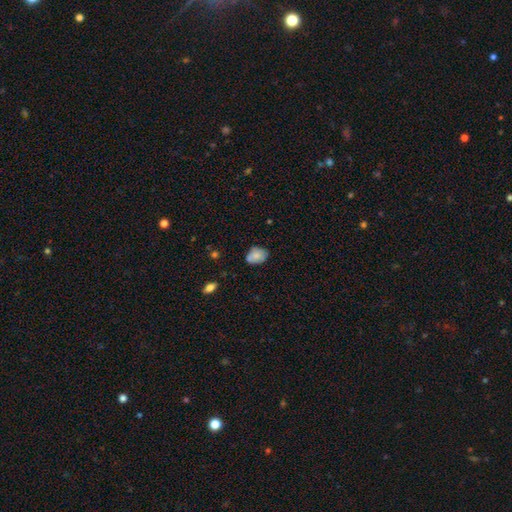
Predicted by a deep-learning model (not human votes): This appears to be a smooth galaxy with no disk features (77%) that is in between round and cigar-shaped (63%). Merging: none (64%).